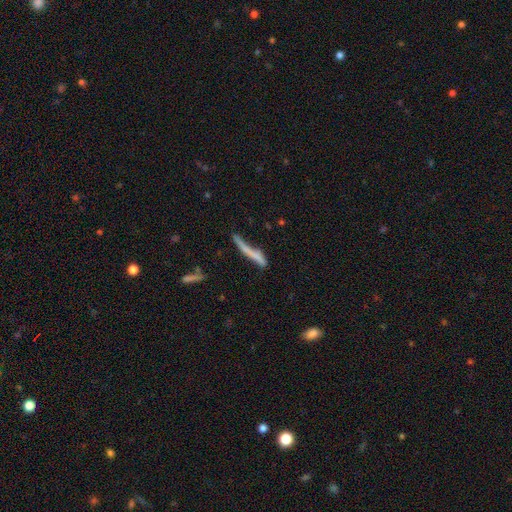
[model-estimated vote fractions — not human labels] smooth_or_featured: smooth (p=0.54) [alt: featured or disk p=0.37]
how_rounded: cigar-shaped (p=0.91) [alt: in between p=0.07]
merging: none (p=0.37) [alt: minor disturbance p=0.27]